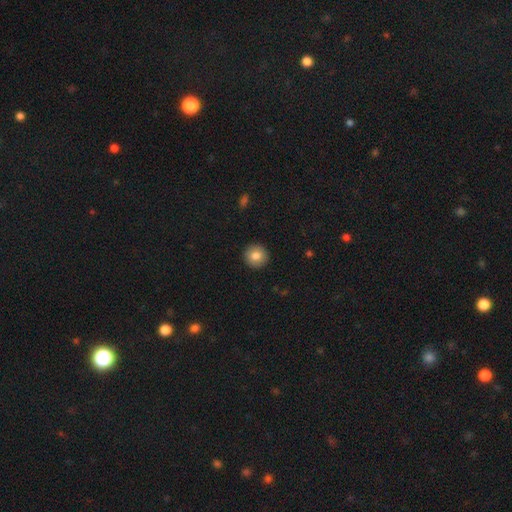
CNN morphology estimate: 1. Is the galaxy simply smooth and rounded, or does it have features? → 83% smooth, 8% star or artifact, 8% featured or disk.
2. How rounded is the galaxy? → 95% round, 4% in between, 1% cigar-shaped.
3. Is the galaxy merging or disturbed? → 93% none, 5% minor disturbance, 1% major disturbance, 1% merger.